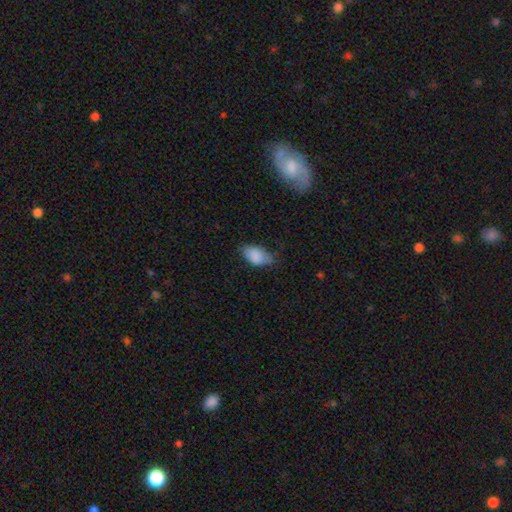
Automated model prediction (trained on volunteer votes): A smooth galaxy with no disk features (85%) that is in between round and cigar-shaped (92%).

Vote fractions:
- Smooth or featured? smooth: 85% / star or artifact: 8% / featured or disk: 7%
- How rounded? in between: 92% / round: 6% / cigar-shaped: 2%
- Merging? none: 57% / minor disturbance: 34% / major disturbance: 8% / merger: 2%